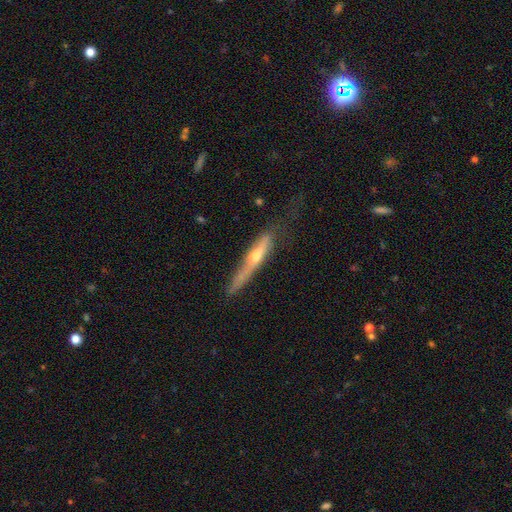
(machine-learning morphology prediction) Overall: featured or disk (57%; smooth 36%). Edge-on disk: yes (90%). Edge-on bulge: rounded (83%). Merging: none (55%; minor disturbance 29%).